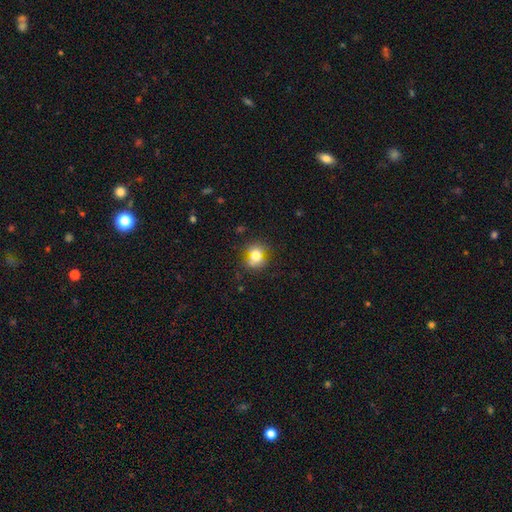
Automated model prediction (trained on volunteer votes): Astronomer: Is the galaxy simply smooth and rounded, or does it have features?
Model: smooth — 68%.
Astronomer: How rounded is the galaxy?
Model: round — 65%.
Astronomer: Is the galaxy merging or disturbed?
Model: none — 63%.